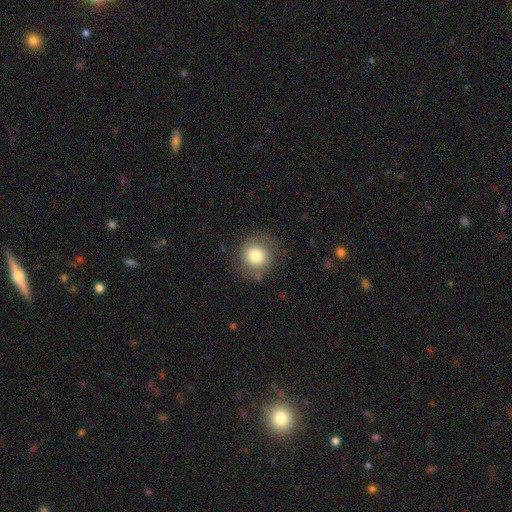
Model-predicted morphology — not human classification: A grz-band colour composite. It shows a smooth galaxy with no disk features (76%) that is round (88%). Merging: none (76%).